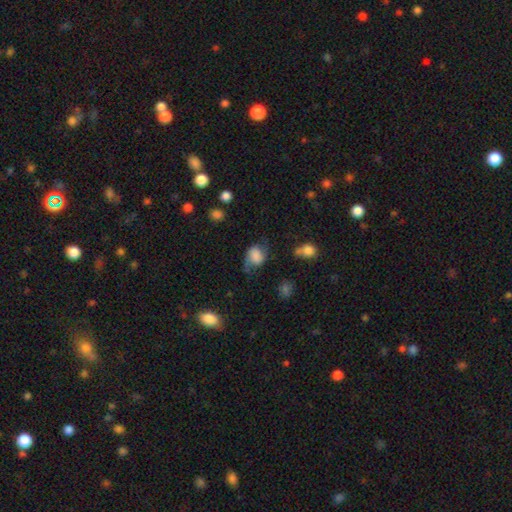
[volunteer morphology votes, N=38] This appears to be a smooth galaxy with no disk features (63%) that is in between round and cigar-shaped (58%). Merging: none (46%).